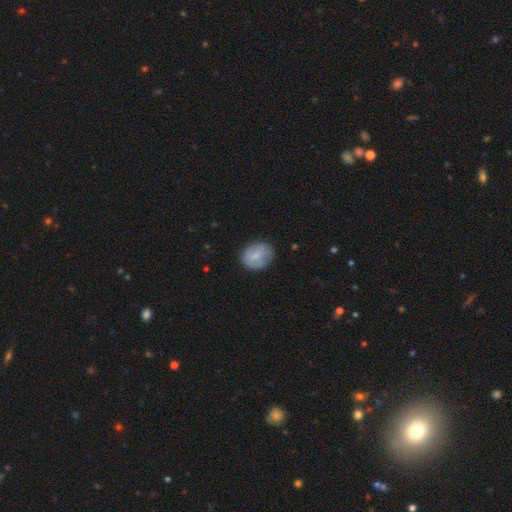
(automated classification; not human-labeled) This is likely a smooth galaxy (71%). How rounded: possibly in between (57%). Merging: likely none (71%).